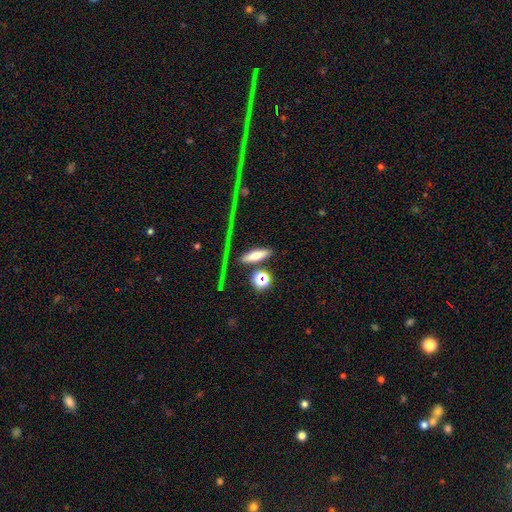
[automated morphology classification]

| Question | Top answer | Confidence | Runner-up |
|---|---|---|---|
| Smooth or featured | smooth | 65% | featured or disk (23%) |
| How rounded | in between | 54% | cigar-shaped (40%) |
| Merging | none | 75% | minor disturbance (12%) |